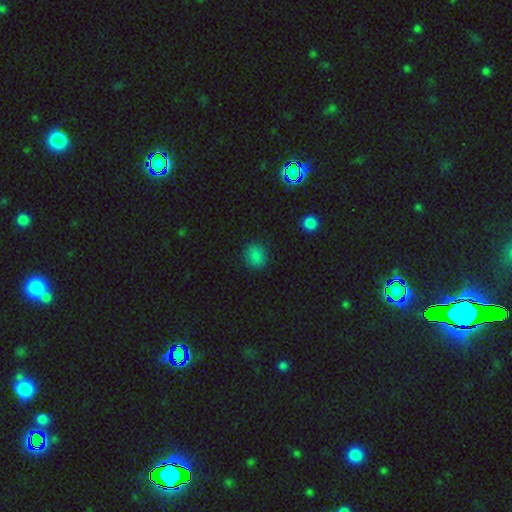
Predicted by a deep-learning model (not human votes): Smooth or featured? smooth (83%)
How rounded? round (79%)
Merging? none (87%)